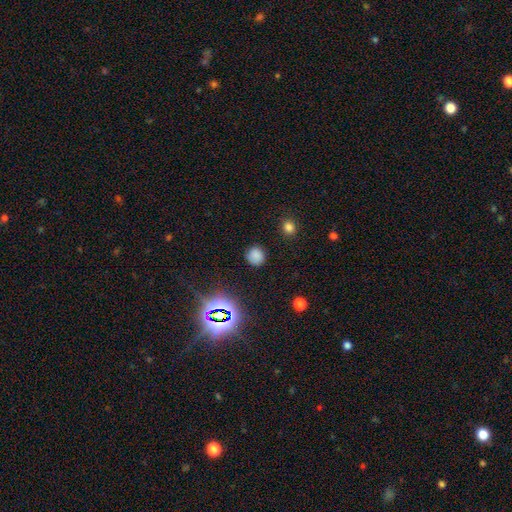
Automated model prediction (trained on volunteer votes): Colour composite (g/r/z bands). It shows a smooth galaxy with no disk features (76%) that is round (86%). Merging: none (86%).